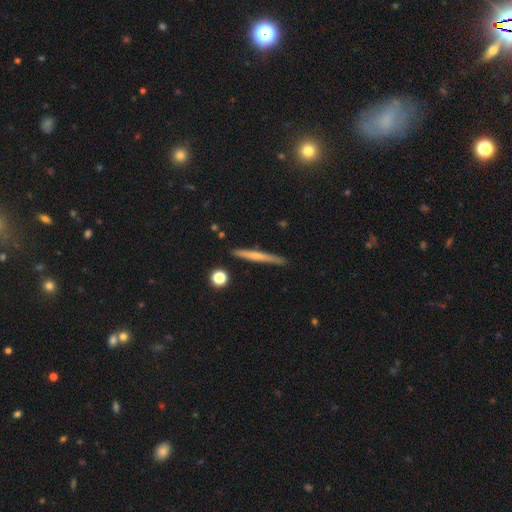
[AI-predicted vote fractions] Smooth or featured?
  - smooth: 48% *
  - featured or disk: 46%
  - star or artifact: 7%
Merging?
  - none: 88% *
  - minor disturbance: 8%
  - merger: 2%
  - major disturbance: 2%